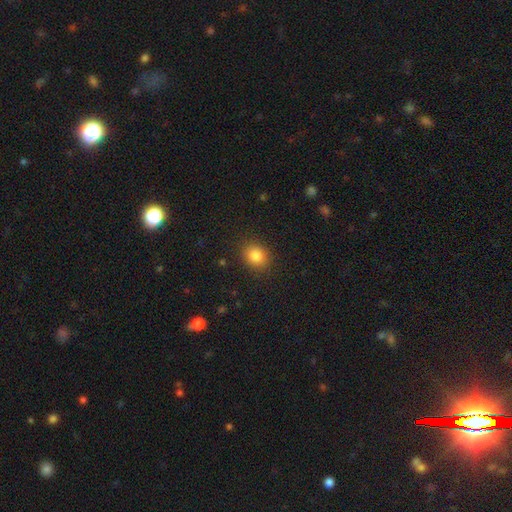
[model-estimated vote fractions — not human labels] A smooth galaxy with no disk features (83%) that is round (69%). Merging: none (88%).